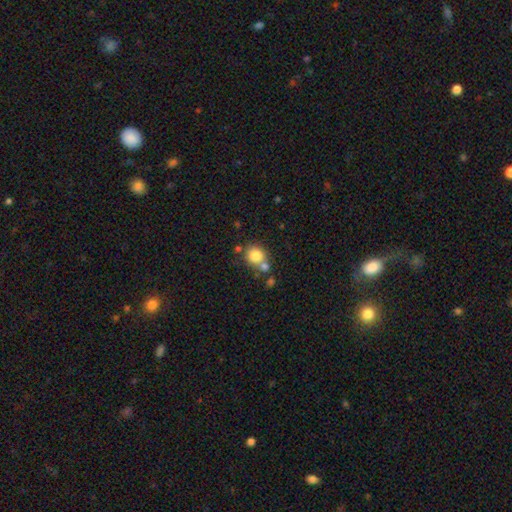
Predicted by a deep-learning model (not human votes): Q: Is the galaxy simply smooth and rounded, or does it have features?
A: smooth — 81%.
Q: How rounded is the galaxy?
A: round — 84%.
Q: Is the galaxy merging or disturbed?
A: none — 59%.